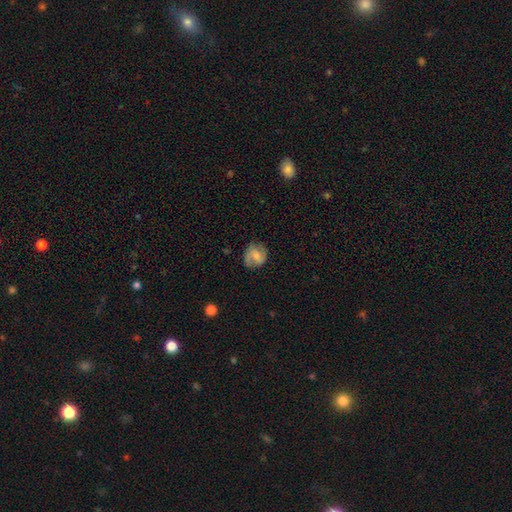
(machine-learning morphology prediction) Q: Smooth or featured?
A: featured or disk (51%); runner-up: smooth (41%)
Q: Edge-on disk?
A: no (97%); runner-up: yes (3%)
Q: Merging?
A: none (70%); runner-up: minor disturbance (21%)